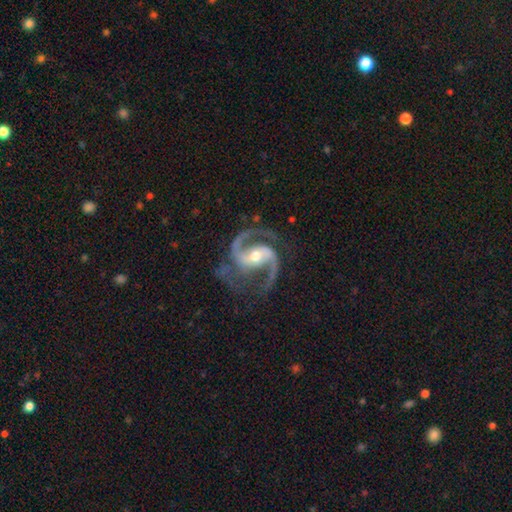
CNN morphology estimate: This is clearly a featured or disk galaxy (94%). It is clearly not viewed edge-on (98%). Bar: marginally weak (36%). Spiral arm pattern: clearly yes (99%). Spiral arm count: clearly 2 (93%). Spiral winding: likely medium (67%). Central bulge: likely moderate (61%). Merging: likely none (74%).